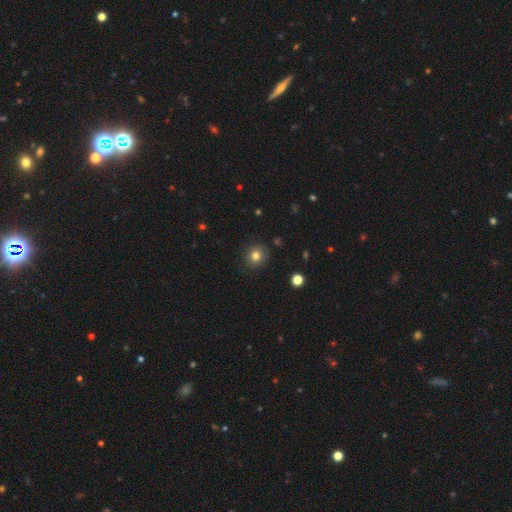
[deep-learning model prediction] smooth 80%, star or artifact 13%, featured or disk 7%. Down the decision tree: how rounded — round (86%); merging — none (90%).